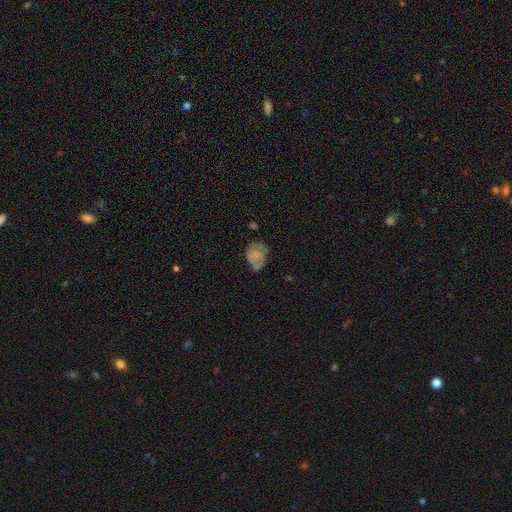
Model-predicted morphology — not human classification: Q: Smooth or featured?
A: smooth (62%); runner-up: featured or disk (29%)
Q: How rounded?
A: in between (61%); runner-up: round (38%)
Q: Merging?
A: none (44%); runner-up: minor disturbance (35%)